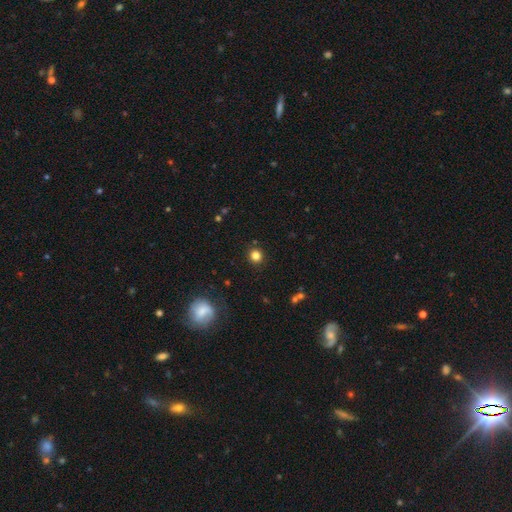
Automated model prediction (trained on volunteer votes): Smooth or featured?
  - smooth: 82% *
  - star or artifact: 13%
  - featured or disk: 5%
How rounded?
  - round: 92% *
  - in between: 7%
  - cigar-shaped: 1%
Merging?
  - none: 91% *
  - minor disturbance: 6%
  - major disturbance: 2%
  - merger: 1%